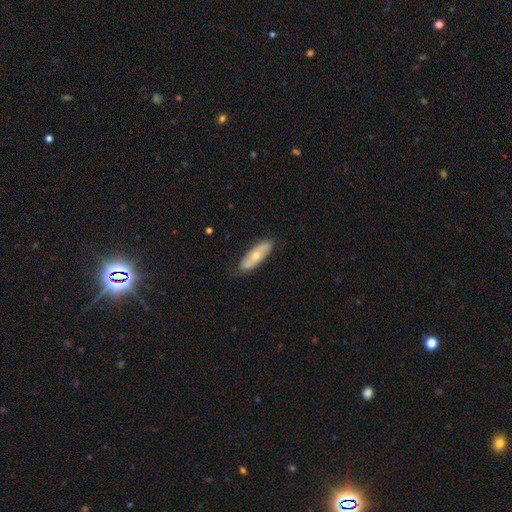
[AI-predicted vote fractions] A smooth galaxy with no disk features (52%) that is in between round and cigar-shaped (56%).

Vote fractions:
- Smooth or featured? smooth: 52% / featured or disk: 42% / star or artifact: 6%
- How rounded? in between: 56% / cigar-shaped: 41% / round: 2%
- Merging? none: 82% / minor disturbance: 15% / major disturbance: 3% / merger: 1%